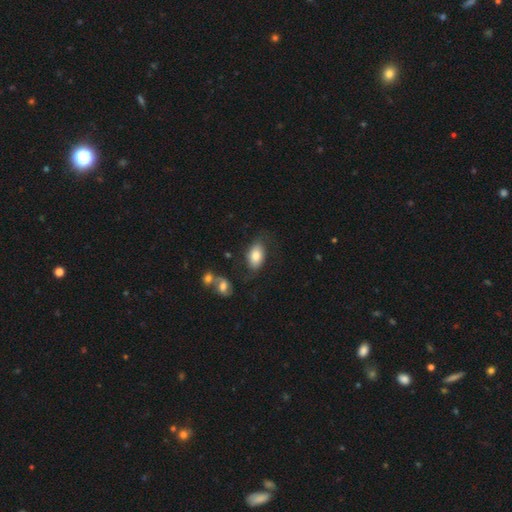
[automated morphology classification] Smooth or featured?
  - smooth: 77% *
  - featured or disk: 17%
  - star or artifact: 7%
How rounded?
  - in between: 91% *
  - round: 8%
  - cigar-shaped: 2%
Merging?
  - none: 64% *
  - minor disturbance: 20%
  - major disturbance: 10%
  - merger: 5%